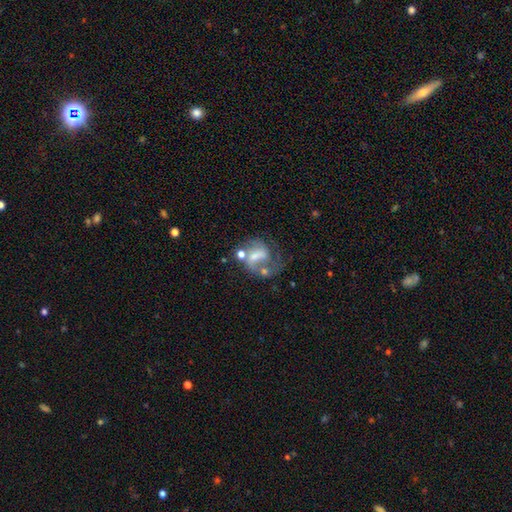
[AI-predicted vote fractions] Smooth or featured: featured or disk — 61% (smooth — 28%)
Edge-on disk: no — 97% (yes — 3%)
Bar: weak — 43% (no — 34%)
Spiral arms: yes — 74% (no — 26%)
Bulge size: moderate — 33% (small — 32%)
Merging: none — 34% (major disturbance — 30%)